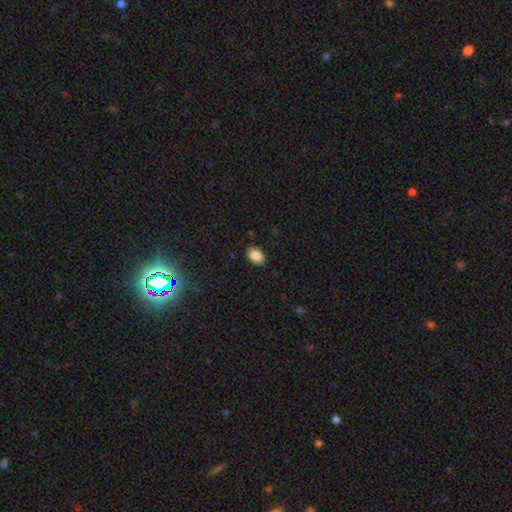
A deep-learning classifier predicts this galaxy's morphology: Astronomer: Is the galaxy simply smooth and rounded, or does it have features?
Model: smooth — 88%.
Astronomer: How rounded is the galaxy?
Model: in between — 85%.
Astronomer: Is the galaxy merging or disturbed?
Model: none — 88%.